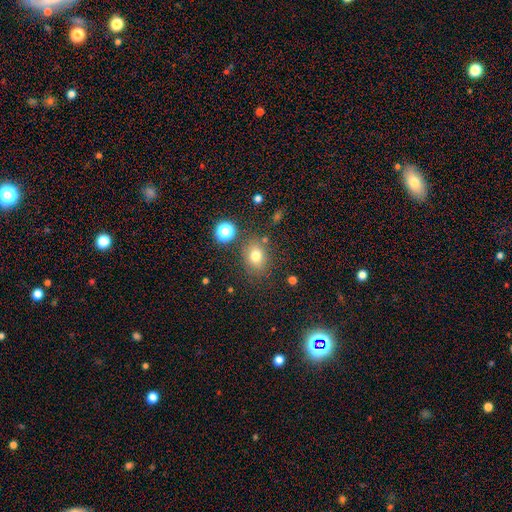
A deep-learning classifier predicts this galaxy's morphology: This appears to be a smooth galaxy with no disk features (74%) that is in between round and cigar-shaped (50%). Merging: none (76%).